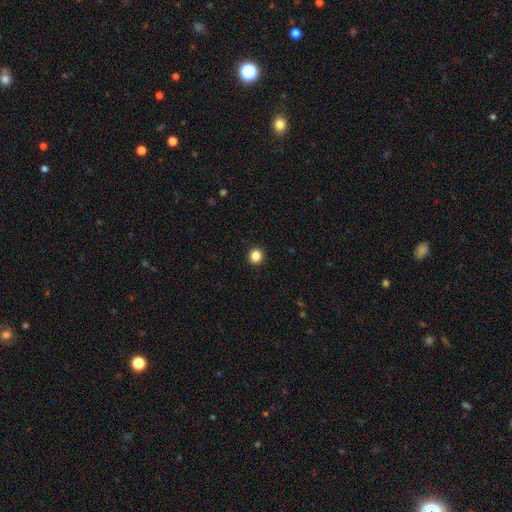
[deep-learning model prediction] Q: Smooth or featured?
A: smooth (86%); runner-up: star or artifact (11%)
Q: How rounded?
A: round (90%); runner-up: in between (9%)
Q: Merging?
A: none (93%); runner-up: minor disturbance (5%)